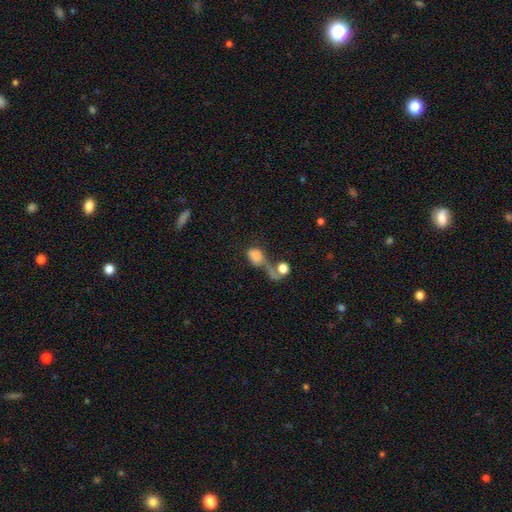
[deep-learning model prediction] A smooth galaxy with no disk features (71%) that is in between round and cigar-shaped (66%). Merging: merger (45%).